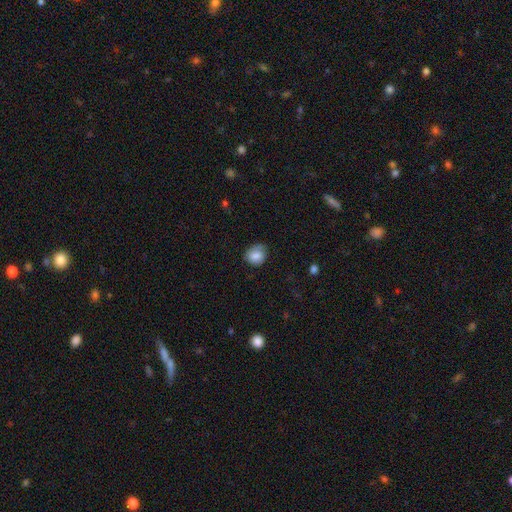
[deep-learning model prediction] A smooth galaxy with no disk features (80%) that is round (67%). Merging: none (60%).